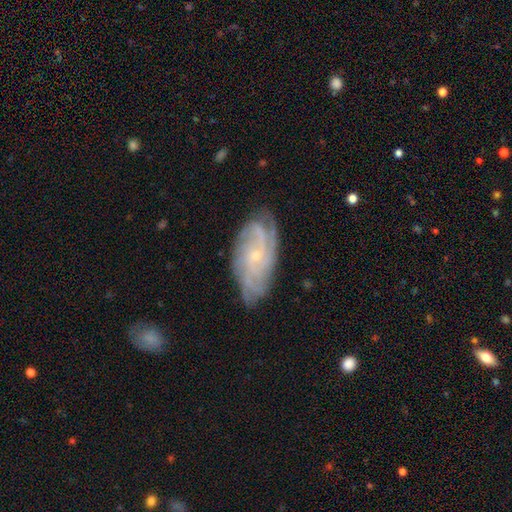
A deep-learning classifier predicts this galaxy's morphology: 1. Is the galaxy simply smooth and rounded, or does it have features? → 82% featured or disk, 11% smooth, 7% star or artifact.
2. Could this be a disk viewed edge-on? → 94% no, 6% yes.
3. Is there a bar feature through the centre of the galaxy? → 71% no, 24% weak, 4% strong.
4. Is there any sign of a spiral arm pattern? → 97% yes, 3% no.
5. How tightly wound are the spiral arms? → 61% tight, 31% medium, 8% loose.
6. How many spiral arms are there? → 29% can't tell, 26% 4, 19% 3, 12% 2, 9% more than 4, 6% 1.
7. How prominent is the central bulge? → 78% small, 17% moderate, 2% none, 1% large, 1% dominant.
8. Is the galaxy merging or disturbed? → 77% none, 17% minor disturbance, 4% major disturbance, 1% merger.